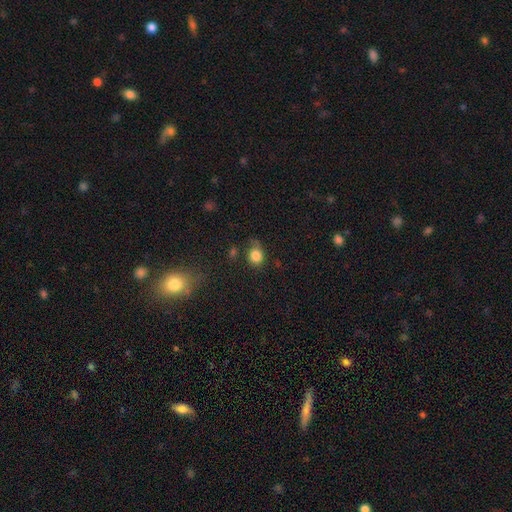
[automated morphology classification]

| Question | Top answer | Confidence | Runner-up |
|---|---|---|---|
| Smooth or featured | smooth | 83% | star or artifact (11%) |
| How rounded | round | 64% | in between (35%) |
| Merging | none | 58% | minor disturbance (28%) |